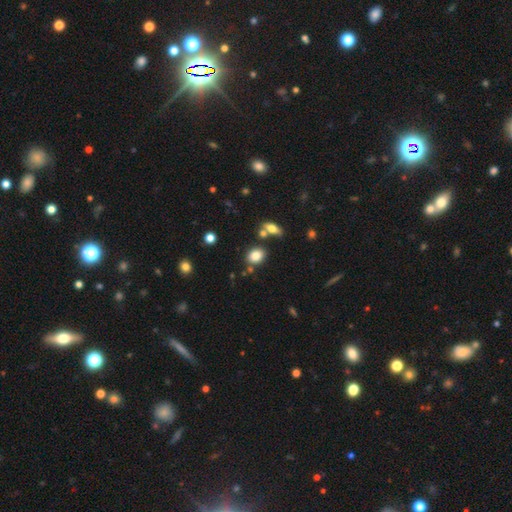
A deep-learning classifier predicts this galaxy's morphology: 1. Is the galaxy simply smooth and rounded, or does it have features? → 82% smooth, 10% star or artifact, 8% featured or disk.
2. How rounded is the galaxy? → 57% in between, 42% round, 1% cigar-shaped.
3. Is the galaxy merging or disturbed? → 74% none, 12% merger, 11% minor disturbance, 3% major disturbance.